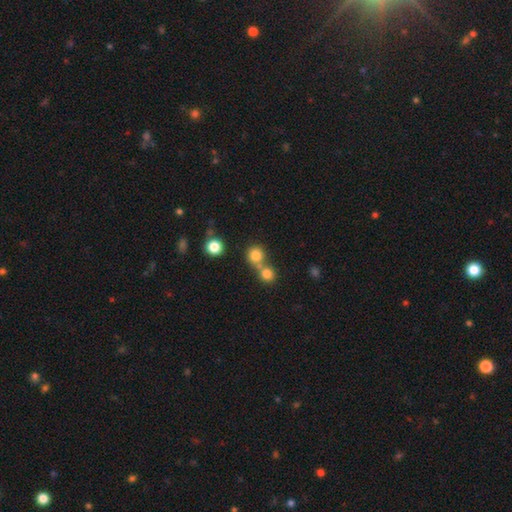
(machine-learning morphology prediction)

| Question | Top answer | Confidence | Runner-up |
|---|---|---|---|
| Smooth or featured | smooth | 79% | star or artifact (13%) |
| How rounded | round | 90% | in between (9%) |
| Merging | none | 50% | merger (42%) |